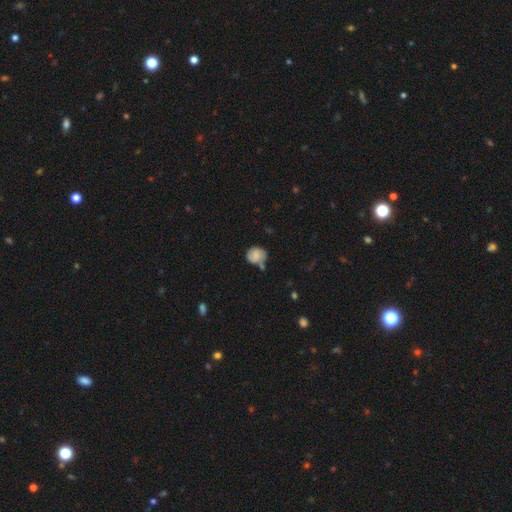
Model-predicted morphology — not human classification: Smooth or featured: smooth — 62% (featured or disk — 29%)
How rounded: round — 71% (in between — 28%)
Merging: none — 51% (minor disturbance — 28%)